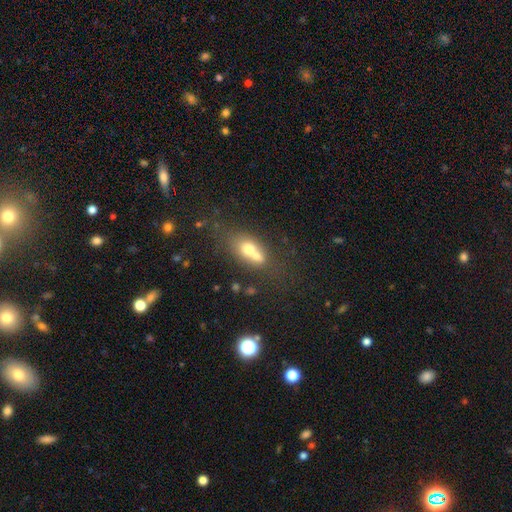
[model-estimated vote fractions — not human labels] smooth 63%, featured or disk 27%, star or artifact 11%. Down the decision tree: how rounded — in between (64%); merging — merger (63%).